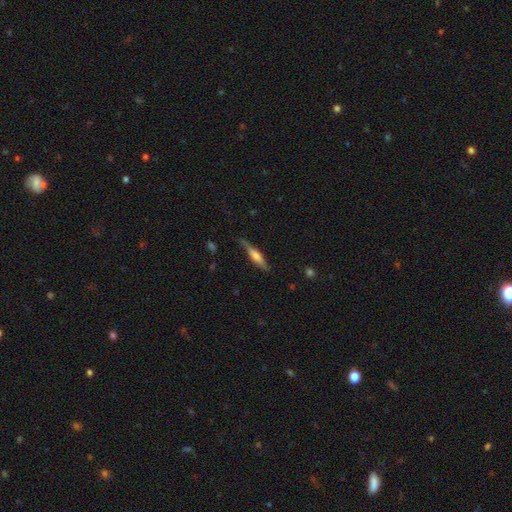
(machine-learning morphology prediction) smooth-or-featured: featured or disk: 49% | smooth: 45% | star or artifact: 6%
  merging: none: 76% | minor disturbance: 19% | major disturbance: 4% | merger: 2%